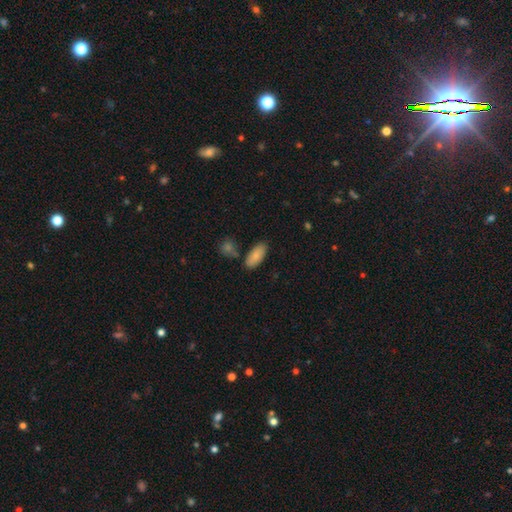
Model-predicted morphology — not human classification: Q: Smooth or featured?
A: smooth (86%); runner-up: featured or disk (8%)
Q: How rounded?
A: in between (87%); runner-up: cigar-shaped (11%)
Q: Merging?
A: none (76%); runner-up: minor disturbance (13%)